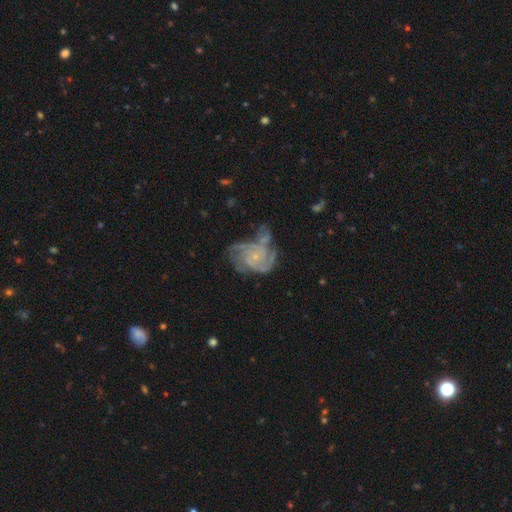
Morphology: type=featured or disk (87%); edge-on=no (100%); bar=no (73%); spiral arms=yes (97%); winding=tight (62%); arm count=3 (41%); bulge=small (85%); merging=major disturbance (32%).